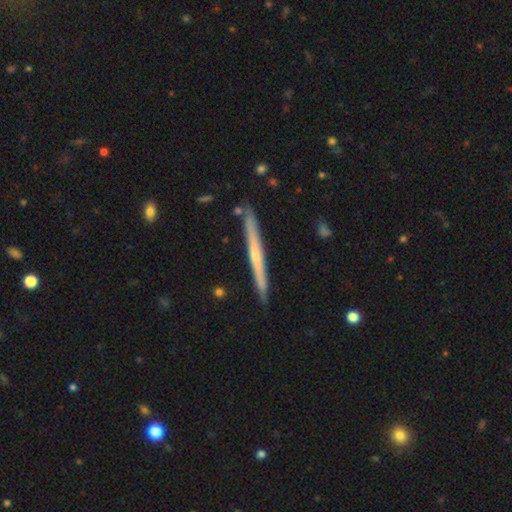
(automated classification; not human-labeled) smooth_or_featured: featured or disk (p=0.59) [alt: smooth p=0.35]
disk_edge_on: yes (p=0.97) [alt: no p=0.03]
edge_on_bulge: none (p=0.55) [alt: rounded p=0.41]
merging: none (p=0.89) [alt: minor disturbance p=0.08]